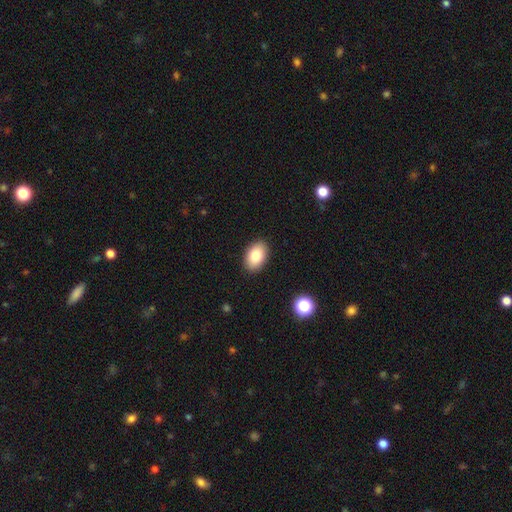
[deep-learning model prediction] smooth 82%, featured or disk 10%, star or artifact 8%. Down the decision tree: how rounded — in between (89%); merging — none (89%).